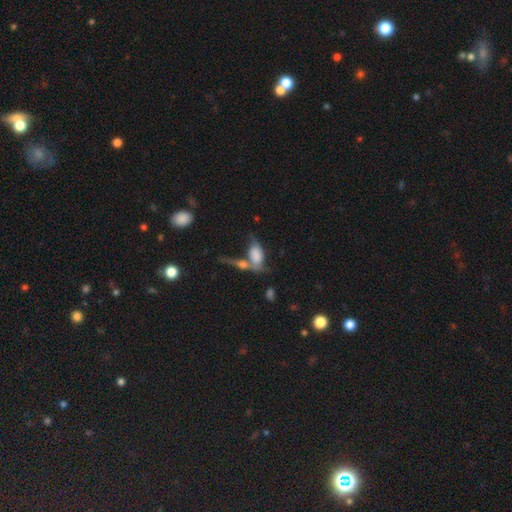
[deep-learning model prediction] Smooth or featured? Predicted: smooth (p=0.61). How rounded? Predicted: in between (p=0.87). Merging? Predicted: merger (p=0.43).